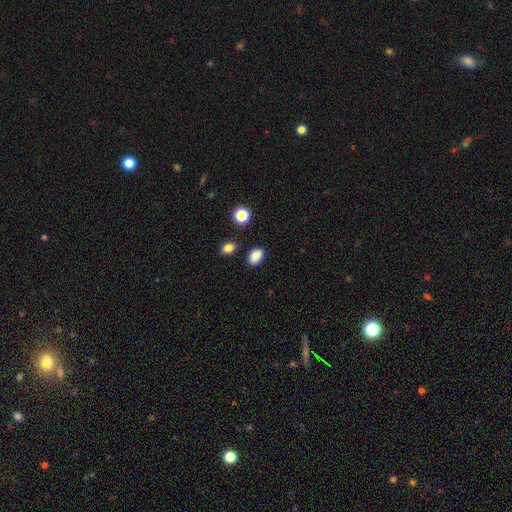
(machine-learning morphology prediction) Smooth or featured: smooth — 86% (star or artifact — 10%)
How rounded: in between — 83% (round — 16%)
Merging: none — 83% (minor disturbance — 11%)